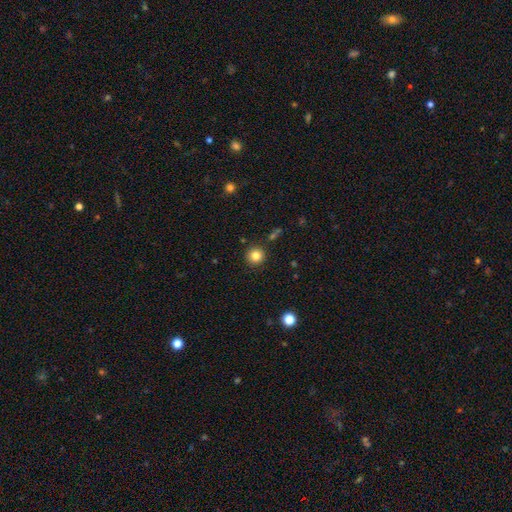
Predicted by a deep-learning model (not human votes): smooth_or_featured: smooth (p=0.82) [alt: star or artifact p=0.11]
how_rounded: round (p=0.94) [alt: in between p=0.05]
merging: none (p=0.90) [alt: minor disturbance p=0.06]